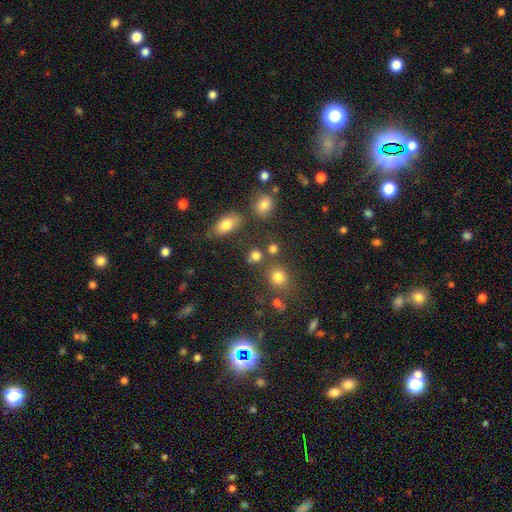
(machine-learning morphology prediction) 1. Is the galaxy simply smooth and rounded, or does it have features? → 78% smooth, 15% star or artifact, 7% featured or disk.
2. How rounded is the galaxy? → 67% round, 31% in between, 2% cigar-shaped.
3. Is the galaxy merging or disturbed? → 66% none, 17% merger, 11% minor disturbance, 5% major disturbance.